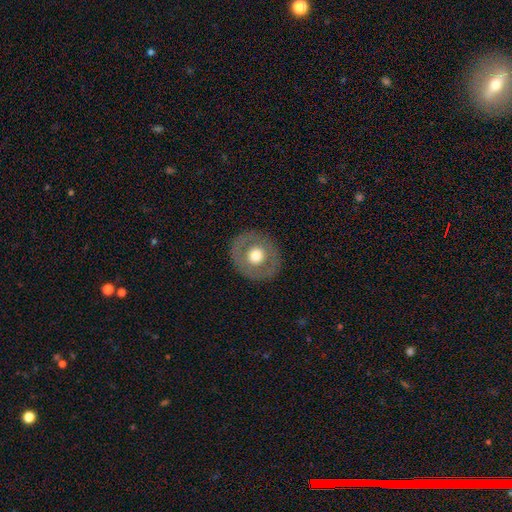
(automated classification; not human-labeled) Smooth or featured: smooth — 52% (featured or disk — 42%)
How rounded: round — 87% (in between — 12%)
Merging: none — 87% (minor disturbance — 8%)